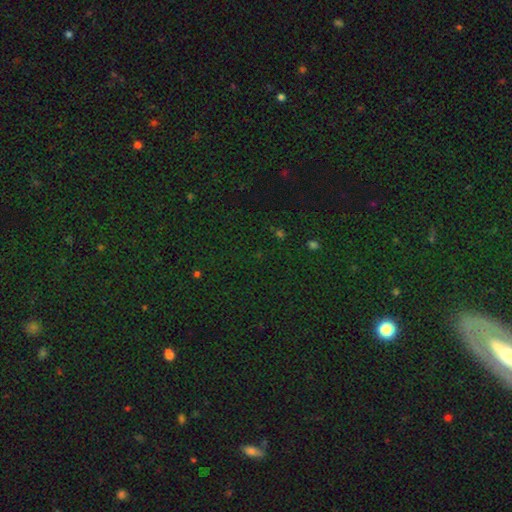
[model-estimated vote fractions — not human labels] A star or artifact, not a galaxy (69%).

Vote fractions:
- Smooth or featured? star or artifact: 69% / smooth: 19% / featured or disk: 13%